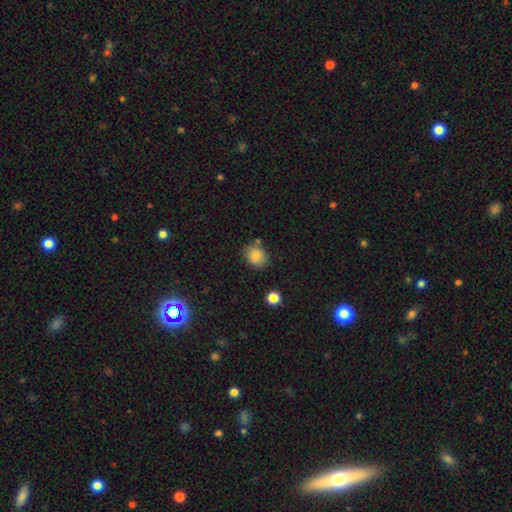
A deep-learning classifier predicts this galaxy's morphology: Smooth or featured? Predicted: smooth (p=0.81). How rounded? Predicted: round (p=0.61). Merging? Predicted: none (p=0.74).